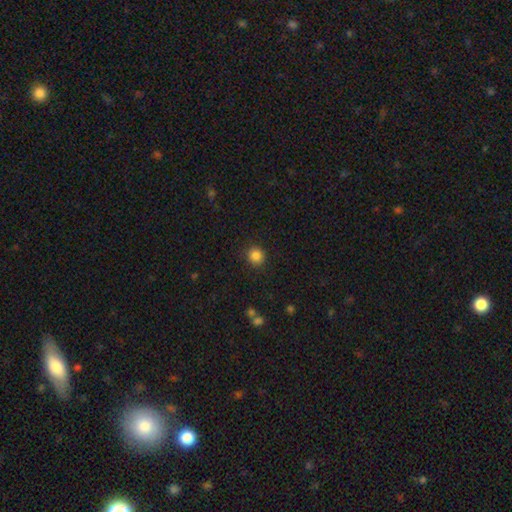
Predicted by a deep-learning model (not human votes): Smooth or featured: smooth — 86% (star or artifact — 11%)
How rounded: round — 91% (in between — 8%)
Merging: none — 89% (minor disturbance — 7%)